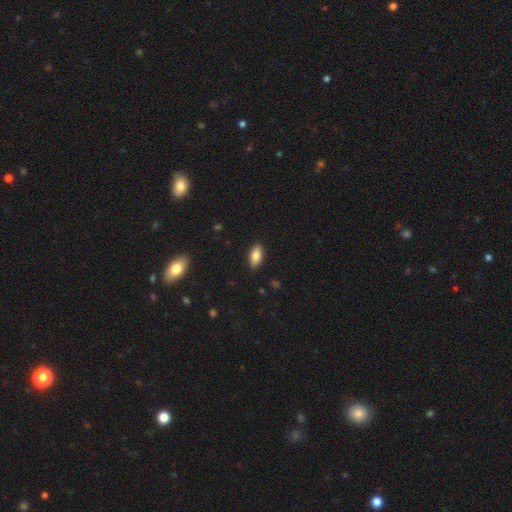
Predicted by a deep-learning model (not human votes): This appears to be a smooth galaxy with no disk features (83%) that is in between round and cigar-shaped (89%). Merging: none (88%).